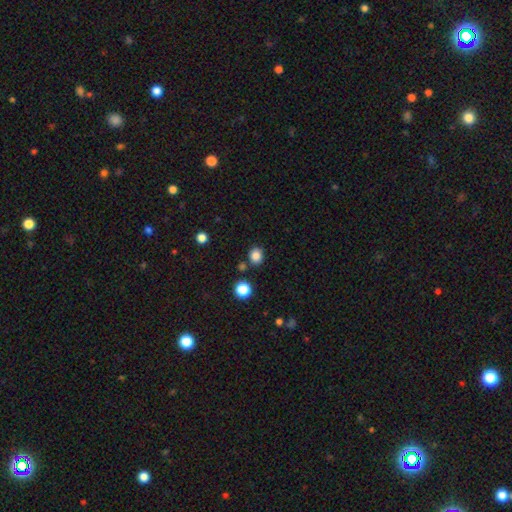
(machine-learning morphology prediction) Q: Smooth or featured?
A: smooth (84%); runner-up: star or artifact (12%)
Q: How rounded?
A: round (77%); runner-up: in between (22%)
Q: Merging?
A: none (82%); runner-up: minor disturbance (9%)